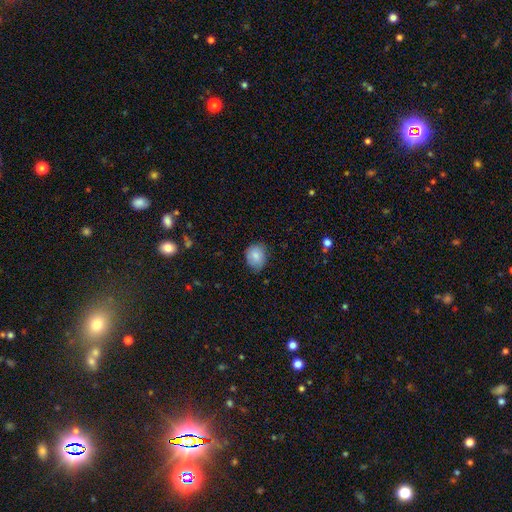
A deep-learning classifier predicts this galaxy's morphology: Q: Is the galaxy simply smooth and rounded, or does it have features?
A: smooth — 82%.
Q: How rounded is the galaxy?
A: round — 54%.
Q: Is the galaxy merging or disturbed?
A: none — 69%.